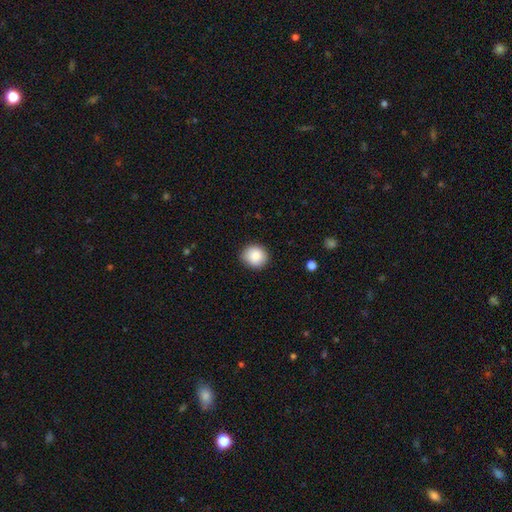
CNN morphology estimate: type=smooth (87%); roundness=round (87%); merging=none (87%).